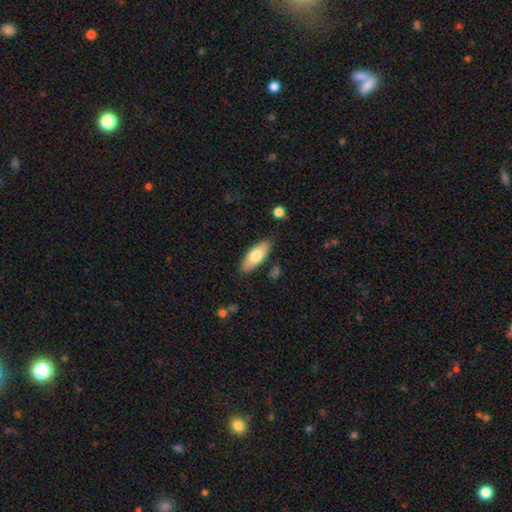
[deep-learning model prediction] Smooth or featured? Predicted: smooth (p=0.72). How rounded? Predicted: in between (p=0.77). Merging? Predicted: none (p=0.85).